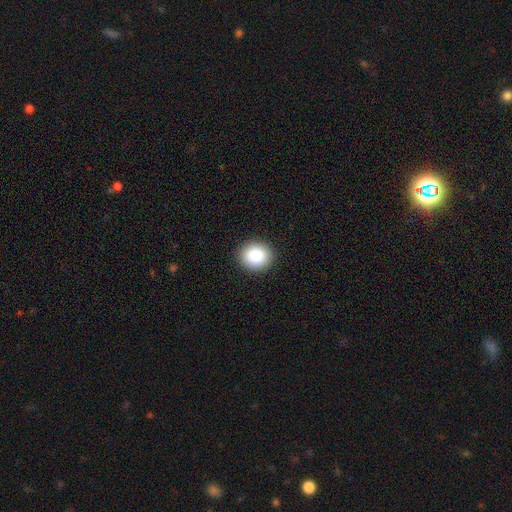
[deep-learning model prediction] Smooth or featured? Predicted: smooth (p=0.88). How rounded? Predicted: round (p=0.79). Merging? Predicted: none (p=0.91).